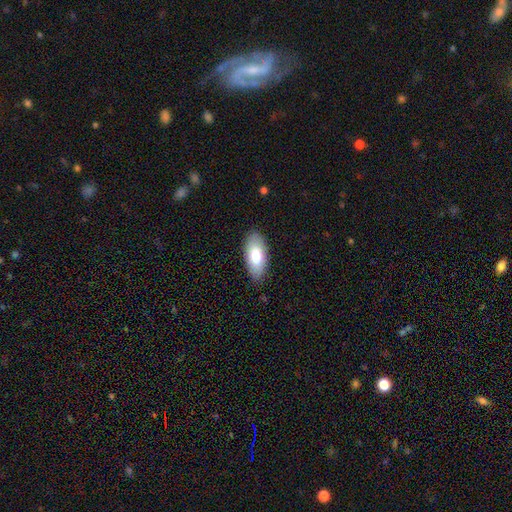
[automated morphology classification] The model was most divided on "smooth or featured": smooth: 79%, featured or disk: 15%, star or artifact: 6%. More confident: how rounded — in between (88%); merging — none (85%).